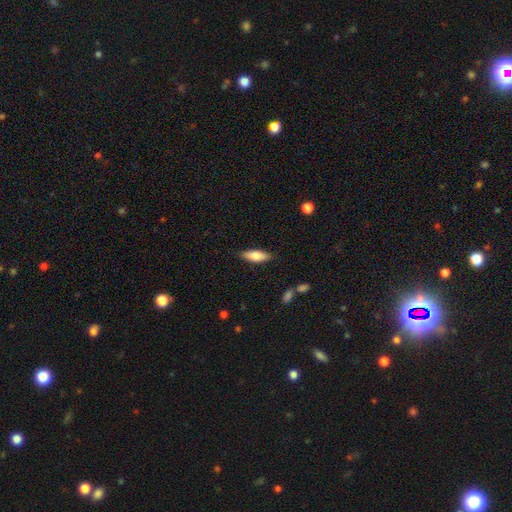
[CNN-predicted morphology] smooth_or_featured: smooth (p=0.74) [alt: featured or disk p=0.20]
how_rounded: in between (p=0.62) [alt: cigar-shaped p=0.36]
merging: none (p=0.84) [alt: minor disturbance p=0.12]